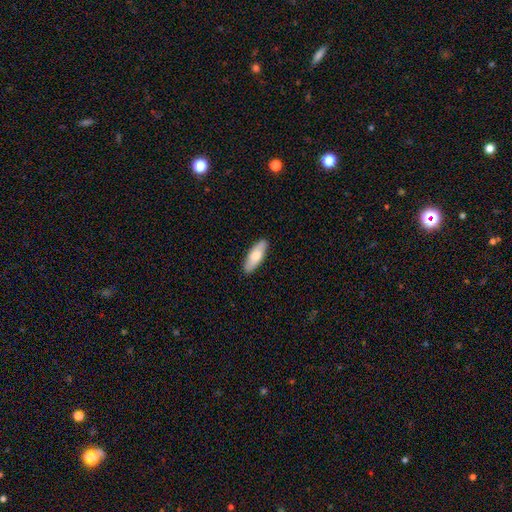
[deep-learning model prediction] Q: Smooth or featured?
A: smooth (74%); runner-up: featured or disk (21%)
Q: How rounded?
A: in between (63%); runner-up: cigar-shaped (35%)
Q: Merging?
A: none (89%); runner-up: minor disturbance (8%)